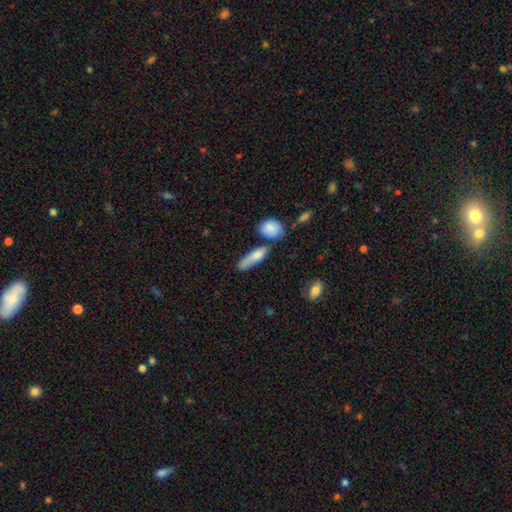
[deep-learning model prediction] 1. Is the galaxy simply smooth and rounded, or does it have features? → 76% smooth, 18% featured or disk, 7% star or artifact.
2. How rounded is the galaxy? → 51% cigar-shaped, 45% in between, 4% round.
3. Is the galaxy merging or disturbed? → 49% none, 26% minor disturbance, 16% merger, 10% major disturbance.